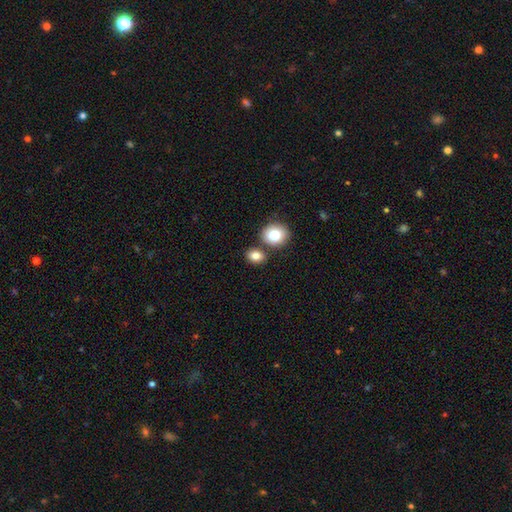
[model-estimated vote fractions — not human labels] Smooth or featured? Predicted: smooth (p=0.83). How rounded? Predicted: in between (p=0.51). Merging? Predicted: none (p=0.67).